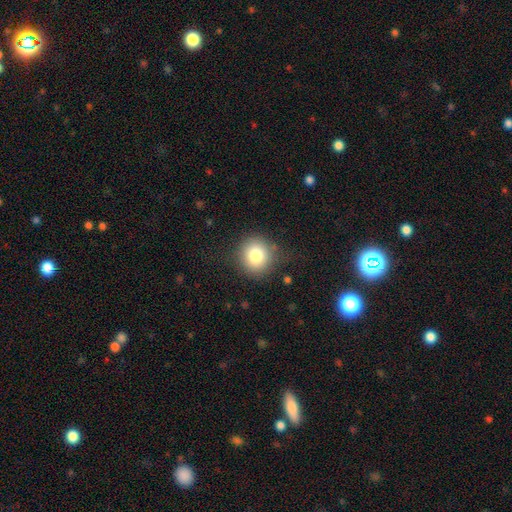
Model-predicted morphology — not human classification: Overall: smooth (80%). How rounded: round (88%). Merging: none (82%).